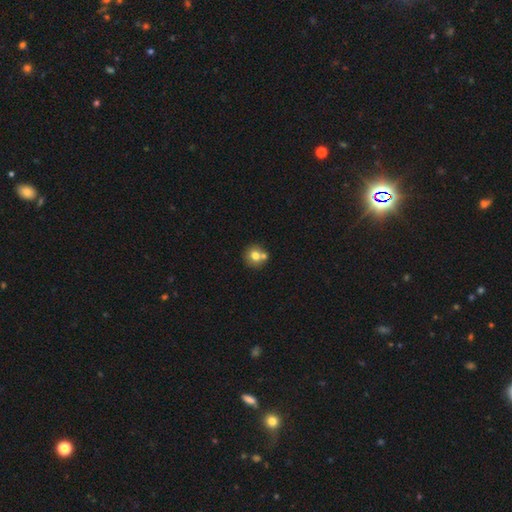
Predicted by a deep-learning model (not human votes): Smooth or featured: smooth — 74% (featured or disk — 16%)
How rounded: round — 87% (in between — 12%)
Merging: none — 58% (merger — 31%)